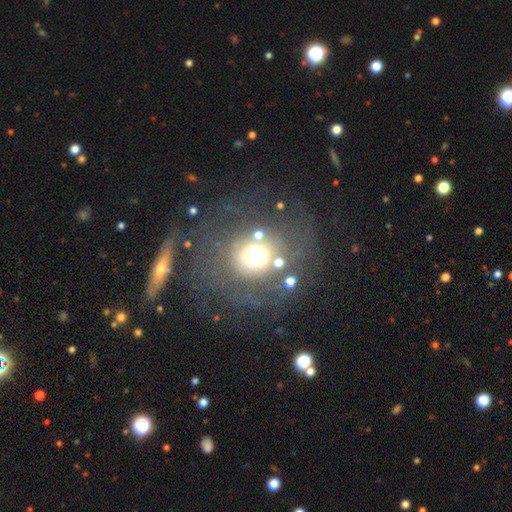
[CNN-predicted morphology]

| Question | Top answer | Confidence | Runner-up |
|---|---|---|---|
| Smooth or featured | featured or disk | 47% | smooth (35%) |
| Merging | none | 57% | major disturbance (19%) |